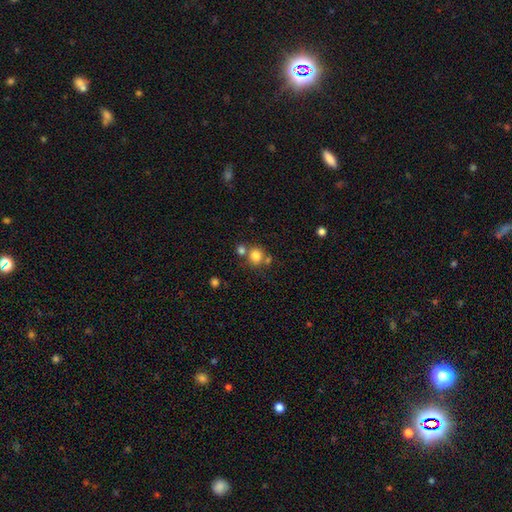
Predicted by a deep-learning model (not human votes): Morphology: type=smooth (79%); roundness=round (86%); merging=none (61%).